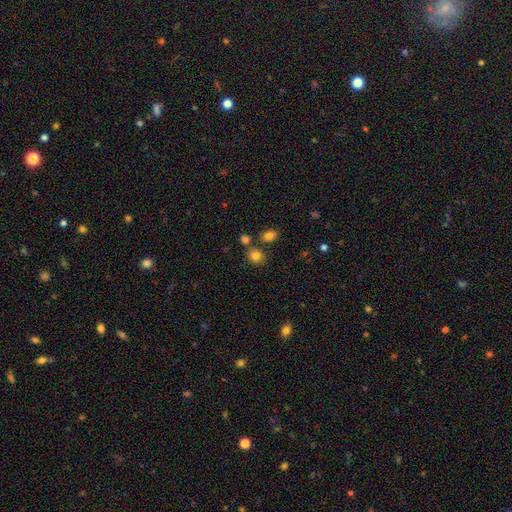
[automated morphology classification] This is likely a smooth galaxy (80%). How rounded: likely round (67%). Merging: likely none (70%).